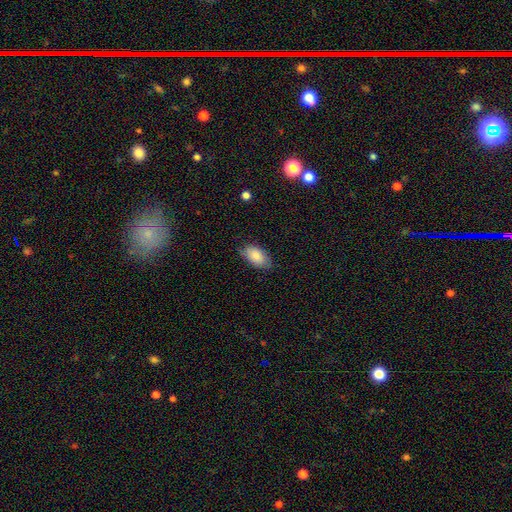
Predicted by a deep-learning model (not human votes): The model was most divided on "merging": none: 78%, minor disturbance: 18%, major disturbance: 3%, merger: 1%. More confident: how rounded — in between (94%); smooth or featured — smooth (87%).